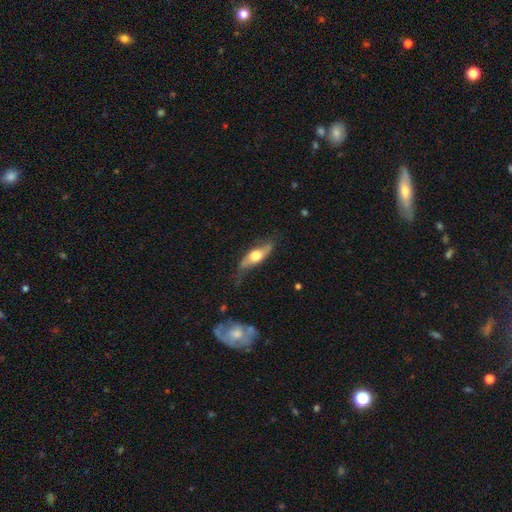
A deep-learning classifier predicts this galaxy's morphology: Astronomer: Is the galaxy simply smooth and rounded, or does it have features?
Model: featured or disk — 49% (runner-up: smooth, 46%).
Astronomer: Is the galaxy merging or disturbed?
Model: none — 67%.